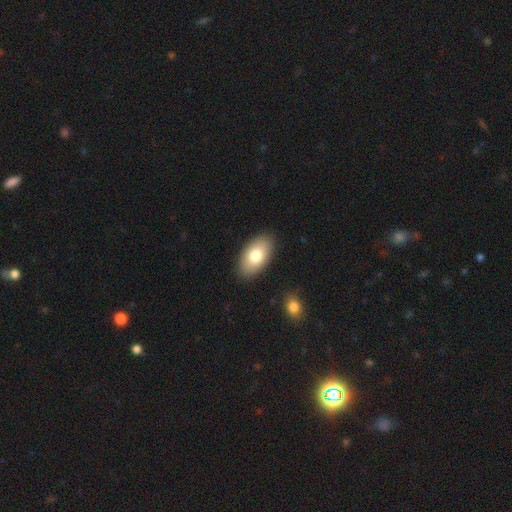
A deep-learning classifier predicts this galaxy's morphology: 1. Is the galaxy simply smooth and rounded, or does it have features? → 78% smooth, 16% featured or disk, 7% star or artifact.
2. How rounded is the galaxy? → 94% in between, 4% round, 2% cigar-shaped.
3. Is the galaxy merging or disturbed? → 88% none, 8% minor disturbance, 2% major disturbance, 1% merger.